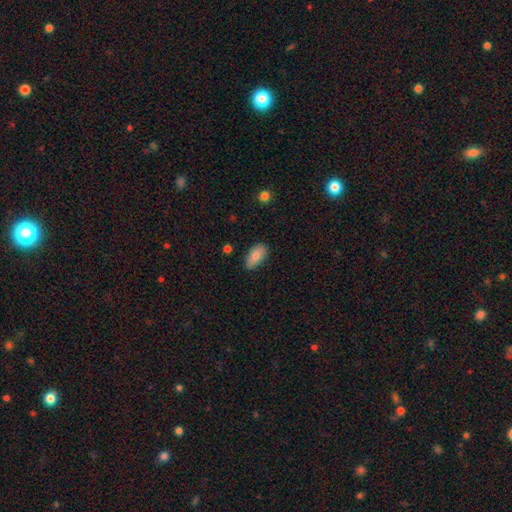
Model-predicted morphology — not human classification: Smooth or featured: smooth — 80% (featured or disk — 13%)
How rounded: in between — 93% (cigar-shaped — 4%)
Merging: none — 81% (minor disturbance — 15%)